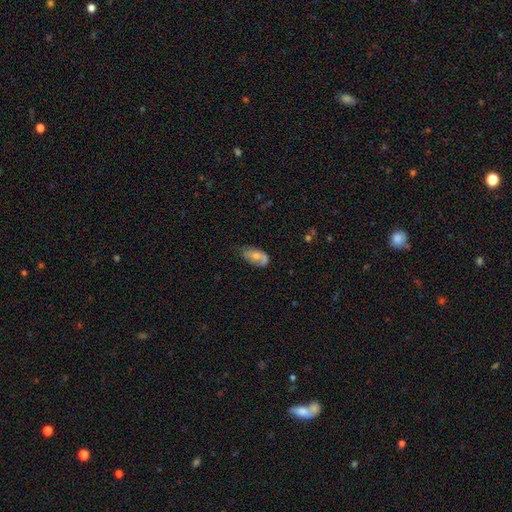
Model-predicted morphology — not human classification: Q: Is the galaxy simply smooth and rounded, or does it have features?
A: smooth — 55%.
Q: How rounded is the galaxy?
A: in between — 91%.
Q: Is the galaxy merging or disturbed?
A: none — 44%.